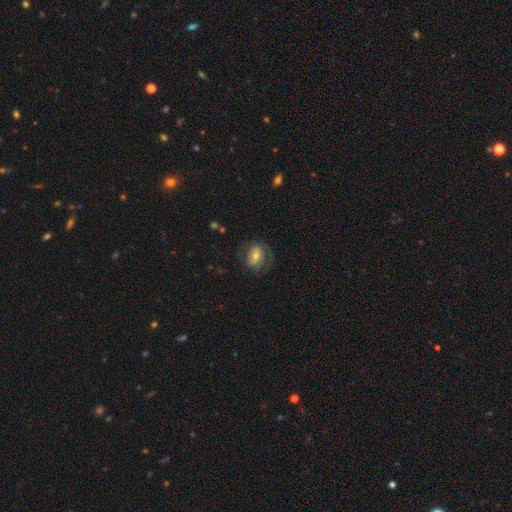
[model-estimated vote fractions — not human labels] smooth-or-featured: smooth: 47% | featured or disk: 45% | star or artifact: 8%
  merging: none: 64% | minor disturbance: 19% | major disturbance: 15% | merger: 1%